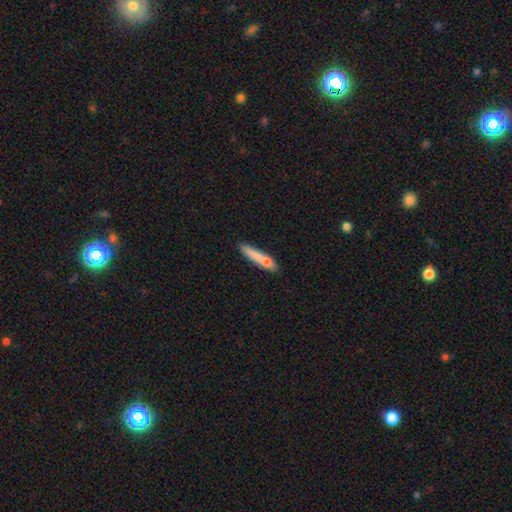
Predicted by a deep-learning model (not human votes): Morphology: type=smooth (73%); roundness=cigar-shaped (86%); merging=none (66%).